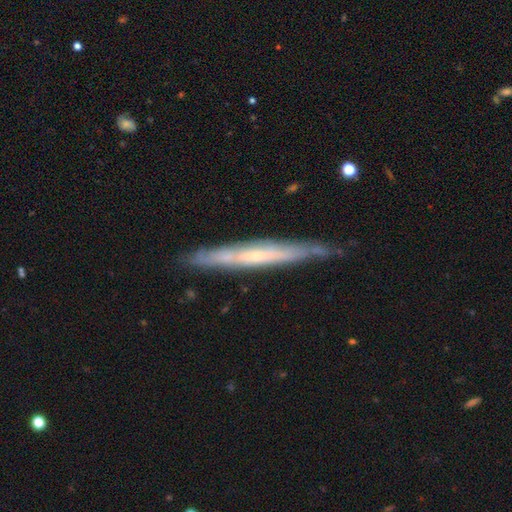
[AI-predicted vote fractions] This is likely a featured or disk galaxy (71%). It is clearly viewed edge-on (87%). Edge-on bulge: possibly none (50%). Merging: likely none (79%).